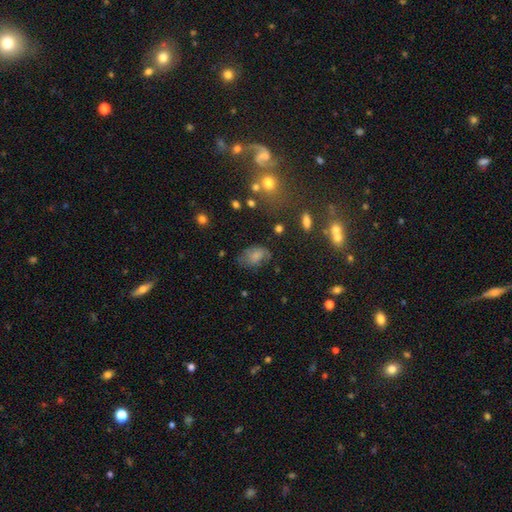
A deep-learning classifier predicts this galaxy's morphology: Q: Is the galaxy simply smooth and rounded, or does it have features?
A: smooth — 65%.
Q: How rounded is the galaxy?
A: in between — 86%.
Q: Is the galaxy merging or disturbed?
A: none — 50%.